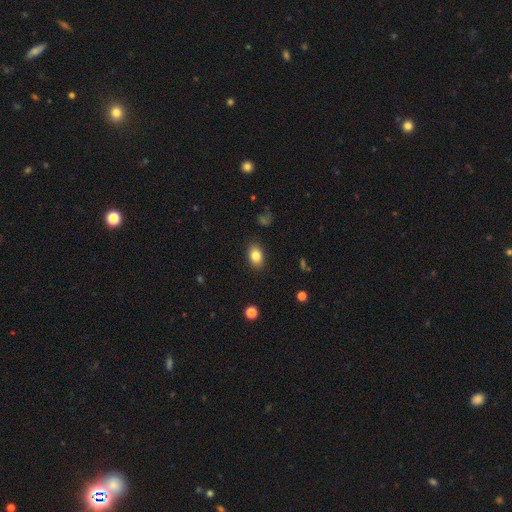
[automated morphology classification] The model was most divided on "how rounded": in between: 79%, round: 20%, cigar-shaped: 1%. More confident: merging — none (88%); smooth or featured — smooth (84%).